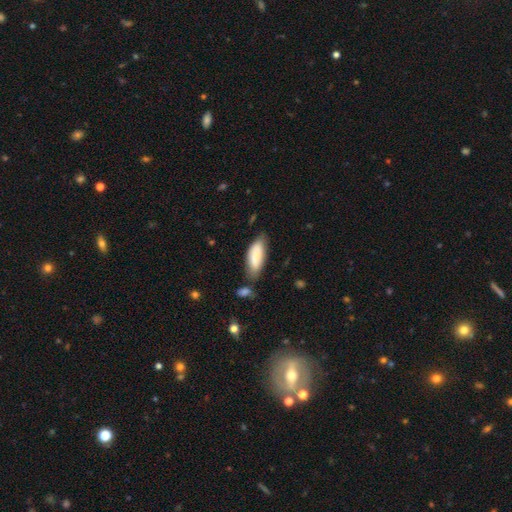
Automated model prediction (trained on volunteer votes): Smooth or featured? Predicted: smooth (p=0.77). How rounded? Predicted: in between (p=0.77). Merging? Predicted: none (p=0.62).